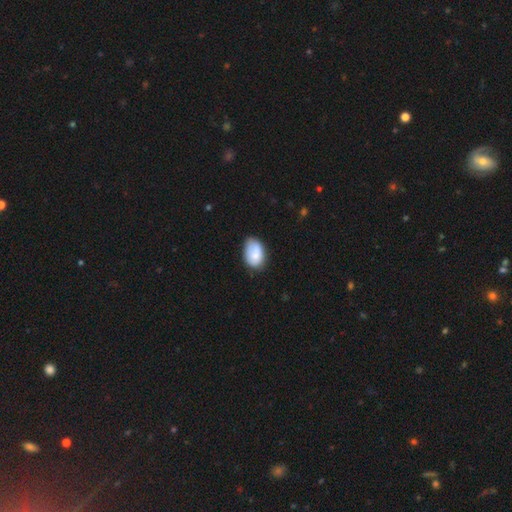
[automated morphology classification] Smooth or featured?
  - smooth: 76% *
  - featured or disk: 17%
  - star or artifact: 7%
How rounded?
  - in between: 87% *
  - round: 12%
  - cigar-shaped: 1%
Merging?
  - none: 56% *
  - minor disturbance: 32%
  - major disturbance: 7%
  - merger: 5%